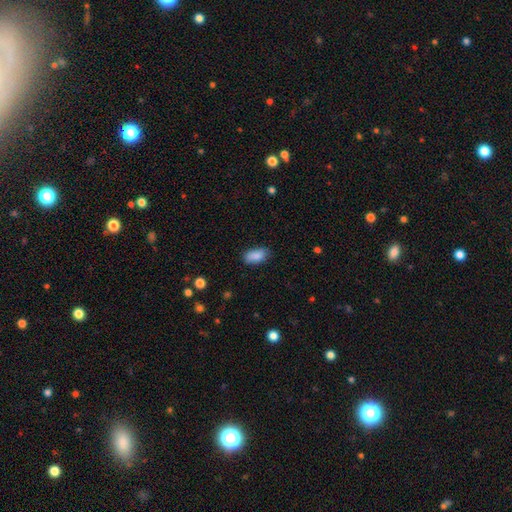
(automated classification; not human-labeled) Smooth or featured? smooth (89%)
How rounded? in between (91%)
Merging? none (82%)